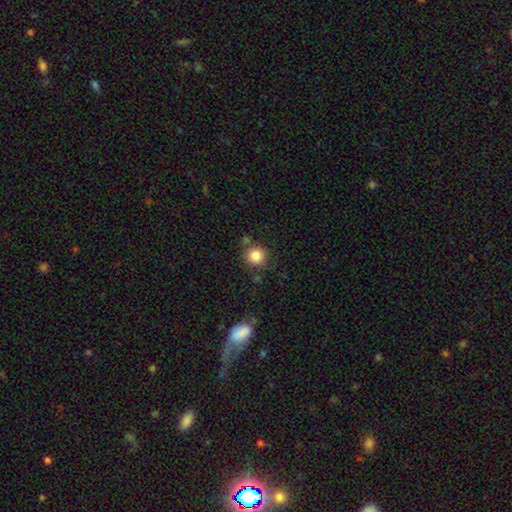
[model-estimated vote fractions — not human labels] This is clearly a smooth galaxy (85%). How rounded: clearly round (92%). Merging: likely none (78%).